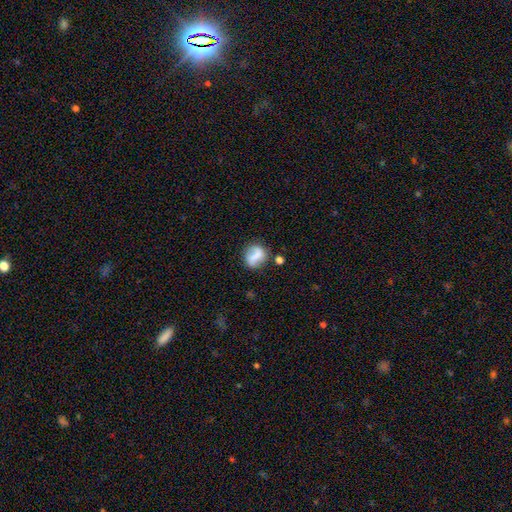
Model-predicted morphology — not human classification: A smooth galaxy with no disk features (62%) that is round (60%). Merging: none (56%).